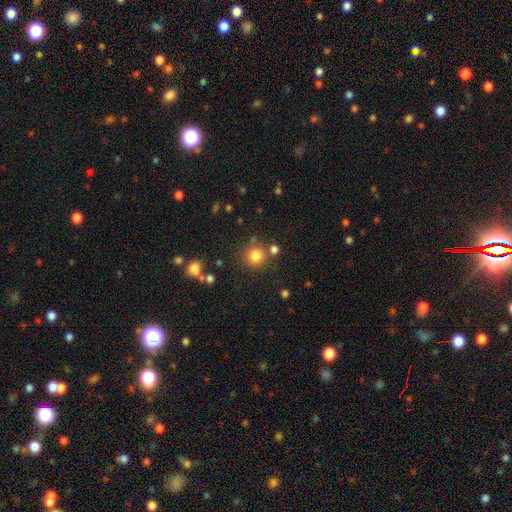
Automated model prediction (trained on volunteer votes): smooth_or_featured: smooth (p=0.81) [alt: star or artifact p=0.13]
how_rounded: round (p=0.93) [alt: in between p=0.07]
merging: none (p=0.77) [alt: merger p=0.10]